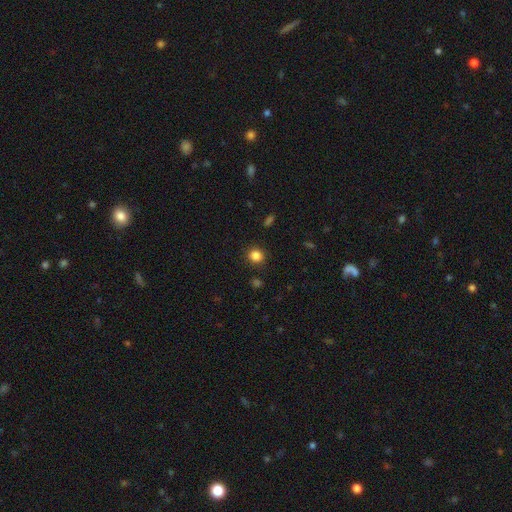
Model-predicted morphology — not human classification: Smooth or featured? Predicted: smooth (p=0.84). How rounded? Predicted: round (p=0.89). Merging? Predicted: none (p=0.90).